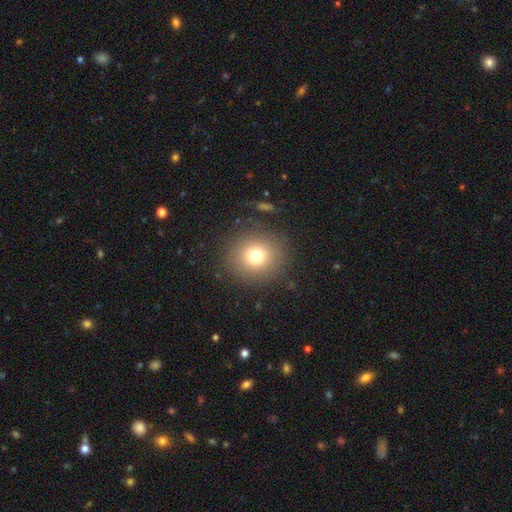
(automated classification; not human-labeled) smooth 75%, star or artifact 14%, featured or disk 11%. Down the decision tree: how rounded — round (90%); merging — none (87%).